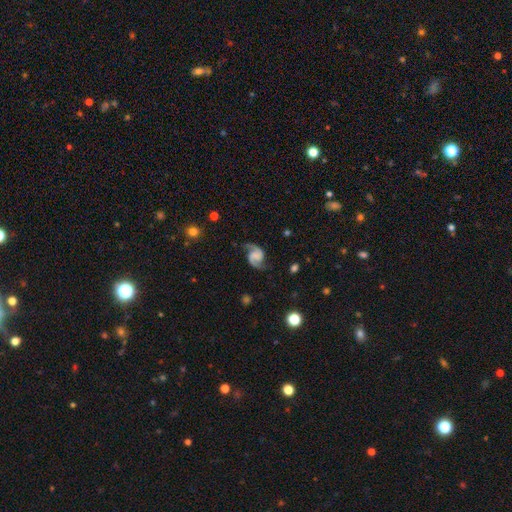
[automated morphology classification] Overall: featured or disk (90%). Edge-on disk: no (98%). Bar: no (51%; weak 36%). Spiral arms: yes (98%). Spiral arm count: 2 (94%). Spiral winding: medium (48%; loose 40%). Bulge size: none (64%). Merging: none (79%).